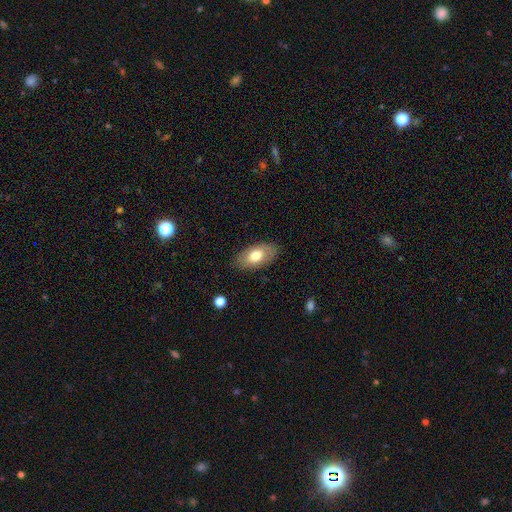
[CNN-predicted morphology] smooth 68%, featured or disk 25%, star or artifact 6%. Down the decision tree: how rounded — in between (93%); merging — none (83%).